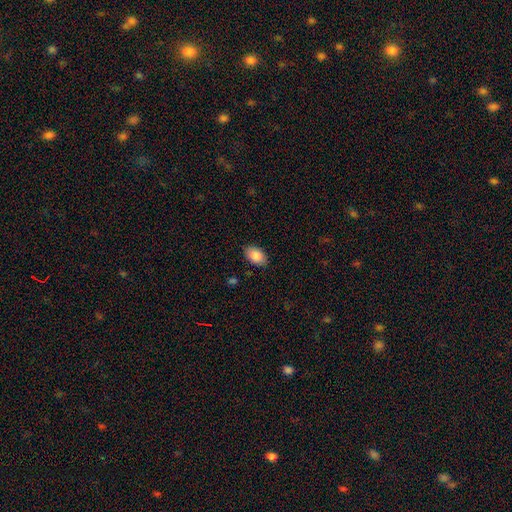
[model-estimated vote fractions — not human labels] Morphology: type=smooth (87%); roundness=in between (91%); merging=none (87%).